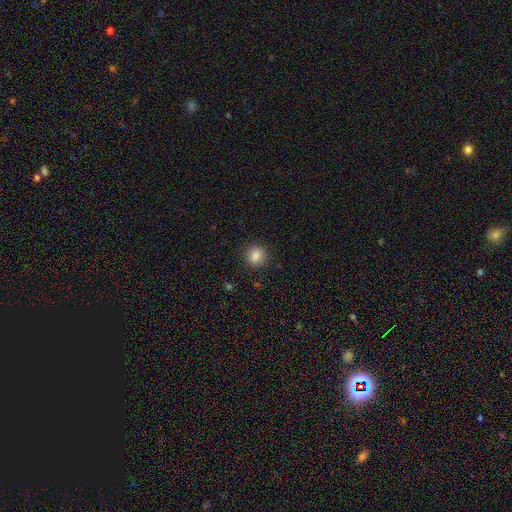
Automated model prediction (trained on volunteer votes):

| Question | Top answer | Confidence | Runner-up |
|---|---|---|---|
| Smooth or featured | smooth | 85% | star or artifact (10%) |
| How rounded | round | 81% | in between (18%) |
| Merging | none | 89% | minor disturbance (8%) |